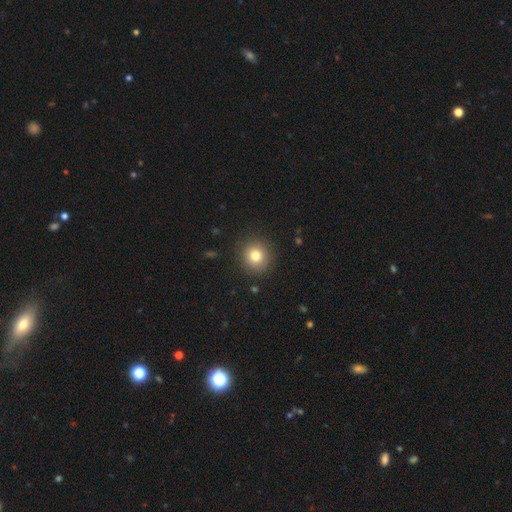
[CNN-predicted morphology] Smooth or featured? smooth (80%)
How rounded? round (91%)
Merging? none (90%)